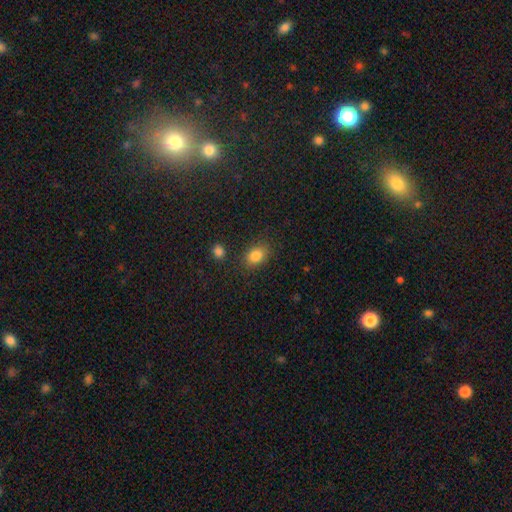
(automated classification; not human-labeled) Overall: smooth (84%). How rounded: in between (72%). Merging: none (82%).